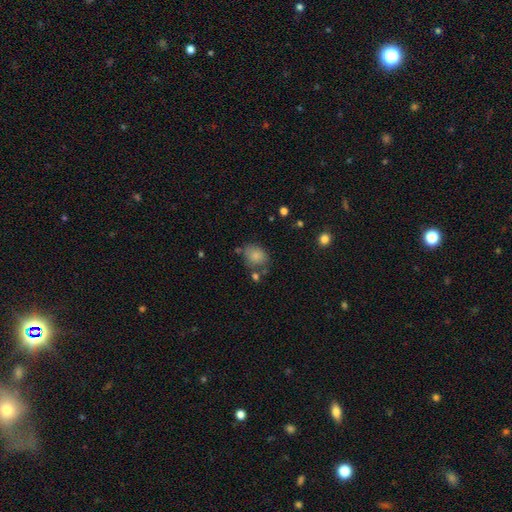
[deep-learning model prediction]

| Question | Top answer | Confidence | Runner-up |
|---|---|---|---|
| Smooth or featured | smooth | 81% | star or artifact (10%) |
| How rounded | in between | 51% | round (48%) |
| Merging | none | 57% | minor disturbance (22%) |